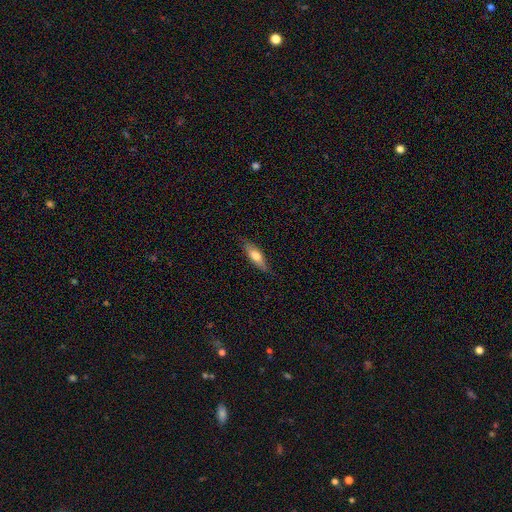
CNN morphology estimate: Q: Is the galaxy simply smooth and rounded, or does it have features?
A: smooth — 62%.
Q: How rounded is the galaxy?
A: cigar-shaped — 51%.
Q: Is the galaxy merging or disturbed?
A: none — 83%.